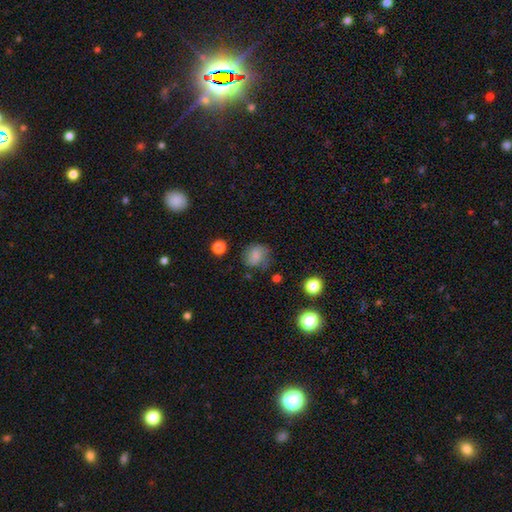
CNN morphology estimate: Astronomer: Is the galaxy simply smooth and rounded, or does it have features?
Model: smooth — 77%.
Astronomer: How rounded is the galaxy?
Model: round — 70%.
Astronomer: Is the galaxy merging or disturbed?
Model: none — 61%.